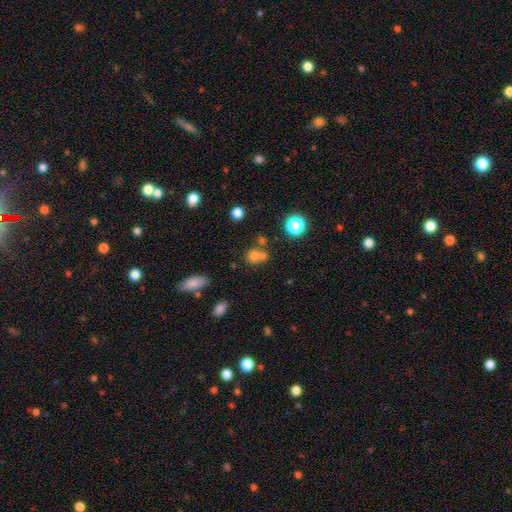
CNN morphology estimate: Smooth or featured? smooth (71%)
How rounded? round (76%)
Merging? none (44%)